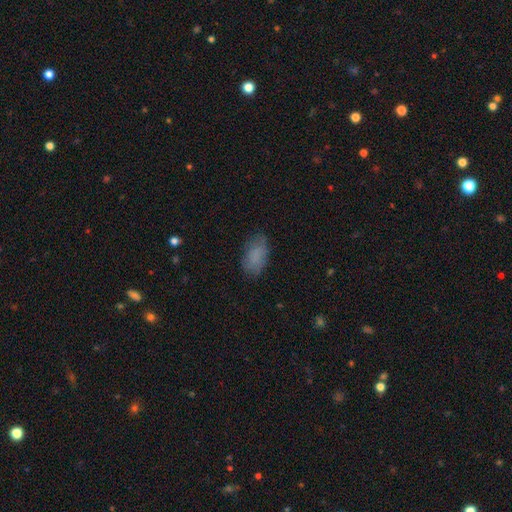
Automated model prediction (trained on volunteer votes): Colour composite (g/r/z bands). It shows a smooth galaxy with no disk features (83%) that is in between round and cigar-shaped (92%). Merging: none (75%).